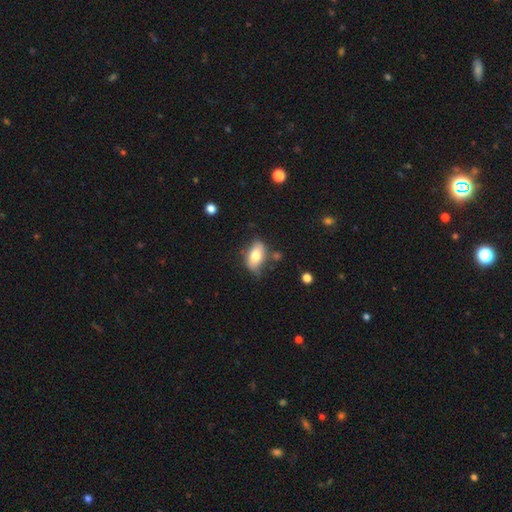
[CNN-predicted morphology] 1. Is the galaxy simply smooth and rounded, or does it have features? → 74% smooth, 18% featured or disk, 7% star or artifact.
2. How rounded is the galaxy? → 90% in between, 6% round, 5% cigar-shaped.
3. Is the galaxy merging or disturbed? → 66% none, 22% minor disturbance, 6% merger, 6% major disturbance.